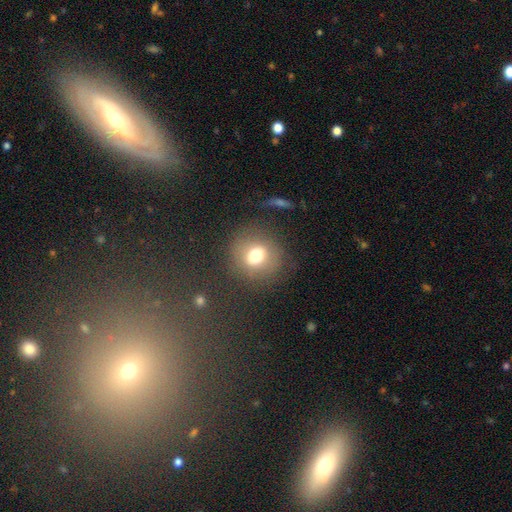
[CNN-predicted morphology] This appears to be a smooth galaxy with no disk features (68%) that is round (81%). Merging: none (78%).